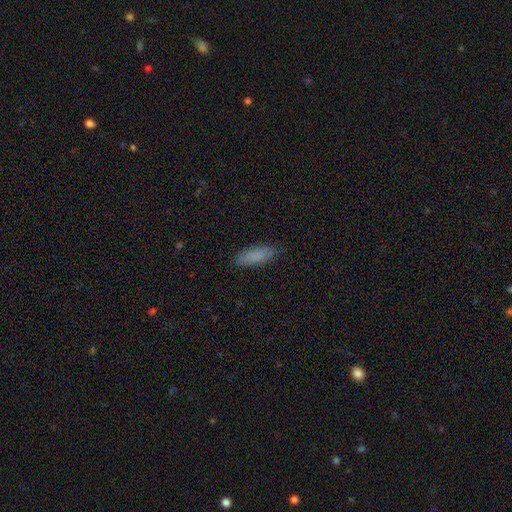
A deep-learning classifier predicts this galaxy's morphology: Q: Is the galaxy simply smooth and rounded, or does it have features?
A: smooth — 86%.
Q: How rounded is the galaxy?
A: in between — 58%.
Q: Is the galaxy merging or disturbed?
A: none — 86%.